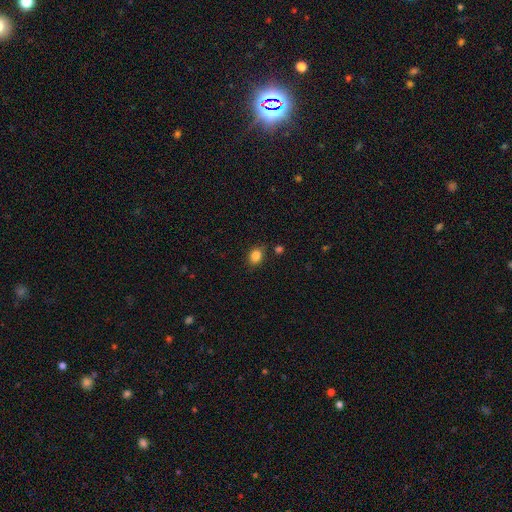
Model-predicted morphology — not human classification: Smooth or featured? Predicted: smooth (p=0.84). How rounded? Predicted: in between (p=0.54). Merging? Predicted: none (p=0.79).